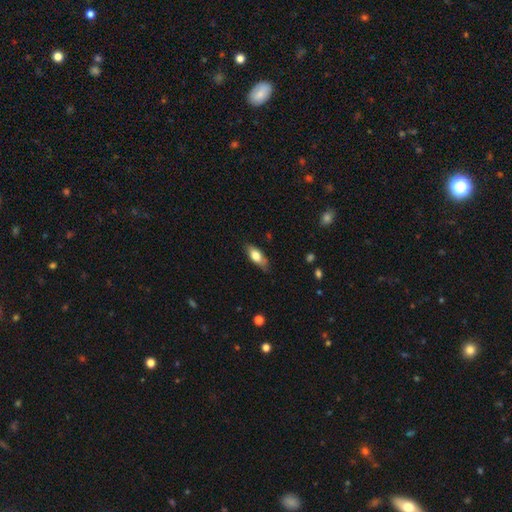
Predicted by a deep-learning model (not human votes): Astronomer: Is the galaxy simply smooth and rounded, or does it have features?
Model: smooth — 66%.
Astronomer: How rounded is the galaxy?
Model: in between — 73%.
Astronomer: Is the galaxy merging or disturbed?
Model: none — 76%.